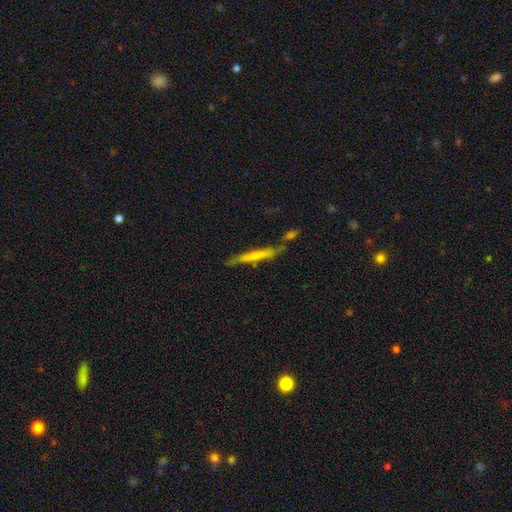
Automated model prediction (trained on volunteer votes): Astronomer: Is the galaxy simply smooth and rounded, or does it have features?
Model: smooth — 57% (runner-up: featured or disk, 35%).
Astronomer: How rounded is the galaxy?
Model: cigar-shaped — 95%.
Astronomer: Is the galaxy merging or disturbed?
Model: none — 63%.